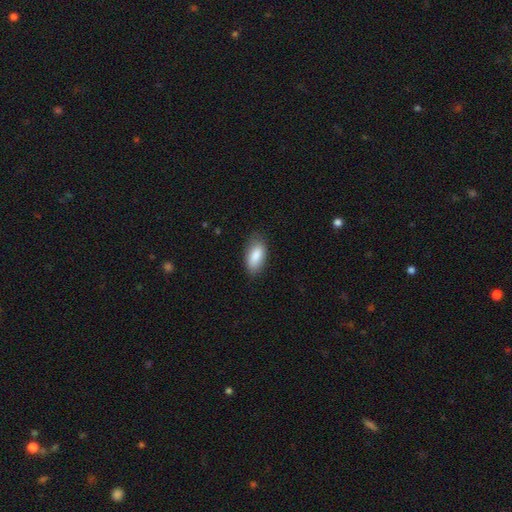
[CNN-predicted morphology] type=smooth (87%); roundness=in between (91%); merging=none (80%).